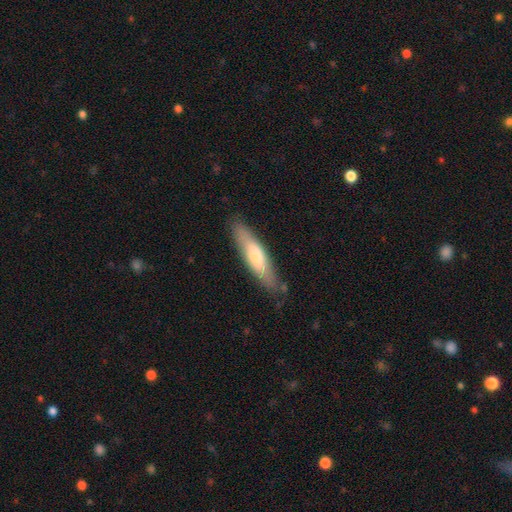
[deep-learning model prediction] Smooth or featured?
  - smooth: 64% *
  - featured or disk: 30%
  - star or artifact: 6%
How rounded?
  - cigar-shaped: 74% *
  - in between: 24%
  - round: 1%
Merging?
  - none: 81% *
  - minor disturbance: 15%
  - major disturbance: 3%
  - merger: 2%